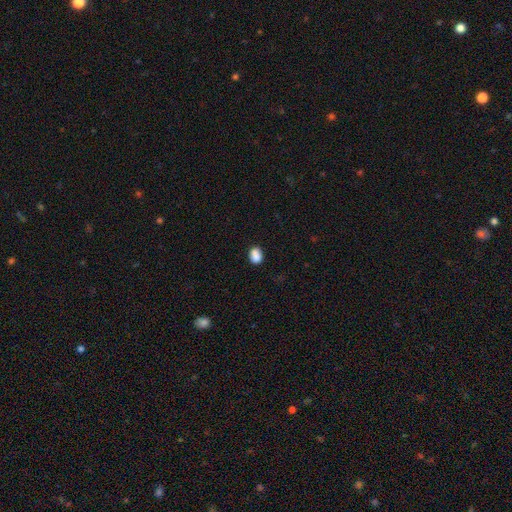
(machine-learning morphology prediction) This appears to be a smooth galaxy with no disk features (83%) that is in between round and cigar-shaped (64%). Merging: none (61%).